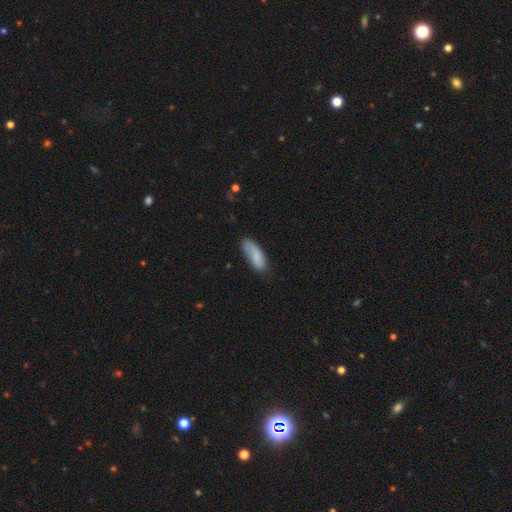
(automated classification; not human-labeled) smooth-or-featured: smooth: 82% | featured or disk: 12% | star or artifact: 7%
  how-rounded: in between: 66% | cigar-shaped: 32% | round: 2%
  merging: none: 66% | minor disturbance: 25% | major disturbance: 6% | merger: 3%